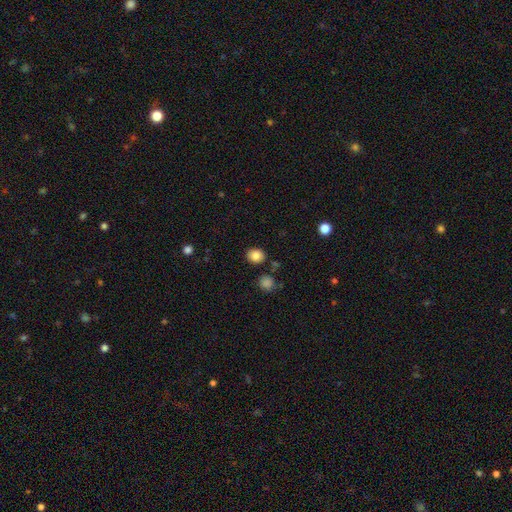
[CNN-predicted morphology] A smooth galaxy with no disk features (85%) that is round (65%).

Vote fractions:
- Smooth or featured? smooth: 85% / star or artifact: 10% / featured or disk: 5%
- How rounded? round: 65% / in between: 34% / cigar-shaped: 1%
- Merging? none: 84% / minor disturbance: 9% / merger: 4% / major disturbance: 3%